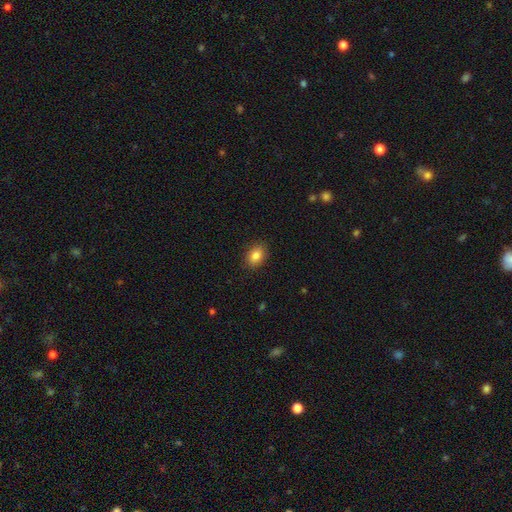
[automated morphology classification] smooth 85%, star or artifact 9%, featured or disk 6%. Down the decision tree: how rounded — in between (69%); merging — none (89%).